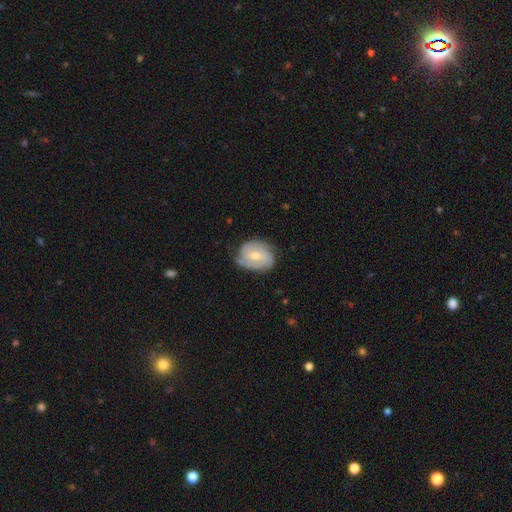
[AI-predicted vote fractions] Smooth or featured?
  - featured or disk: 72% *
  - smooth: 22%
  - star or artifact: 6%
Edge-on disk?
  - no: 97% *
  - yes: 3%
Bar?
  - no: 63% *
  - weak: 31%
  - strong: 6%
Spiral arms?
  - yes: 91% *
  - no: 9%
Spiral winding?
  - tight: 54% *
  - medium: 35%
  - loose: 11%
Spiral arm count?
  - 2: 37% *
  - 3: 29%
  - can't tell: 22%
  - 4: 5%
  - 1: 4%
  - more than 4: 3%
Bulge size?
  - moderate: 60% *
  - small: 36%
  - large: 2%
  - none: 1%
  - dominant: 1%
Merging?
  - none: 68% *
  - minor disturbance: 25%
  - major disturbance: 6%
  - merger: 1%